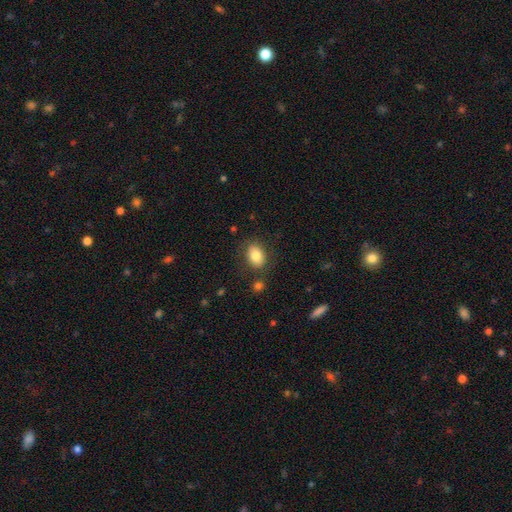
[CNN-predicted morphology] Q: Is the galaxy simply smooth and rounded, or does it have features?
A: smooth — 82%.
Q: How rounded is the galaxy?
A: in between — 76%.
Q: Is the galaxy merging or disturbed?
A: none — 79%.